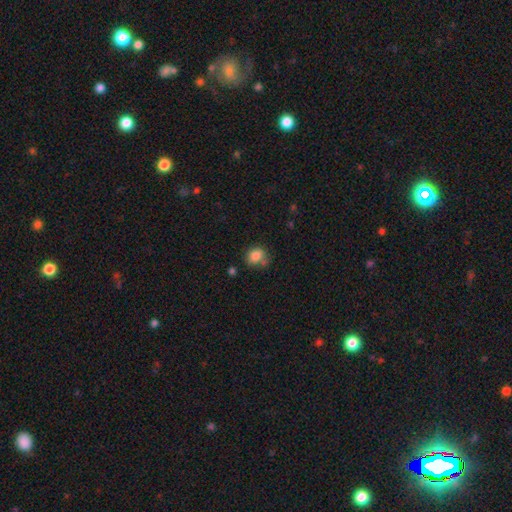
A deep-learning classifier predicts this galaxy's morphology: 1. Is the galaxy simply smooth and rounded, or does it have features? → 83% smooth, 10% star or artifact, 7% featured or disk.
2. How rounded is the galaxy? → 63% round, 36% in between, 1% cigar-shaped.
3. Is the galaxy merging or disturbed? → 58% none, 23% minor disturbance, 12% merger, 7% major disturbance.